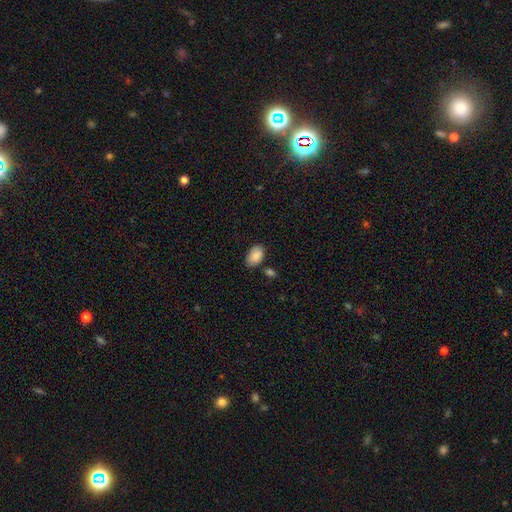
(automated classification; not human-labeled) Smooth or featured?
  - smooth: 86% *
  - featured or disk: 8%
  - star or artifact: 7%
How rounded?
  - in between: 91% *
  - round: 8%
  - cigar-shaped: 1%
Merging?
  - none: 76% *
  - minor disturbance: 15%
  - merger: 6%
  - major disturbance: 3%